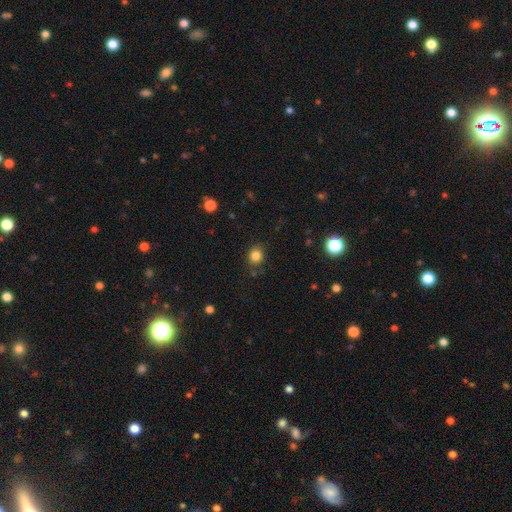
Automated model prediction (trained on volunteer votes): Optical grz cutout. It shows a smooth galaxy with no disk features (83%) that is round (68%). Merging: none (82%).